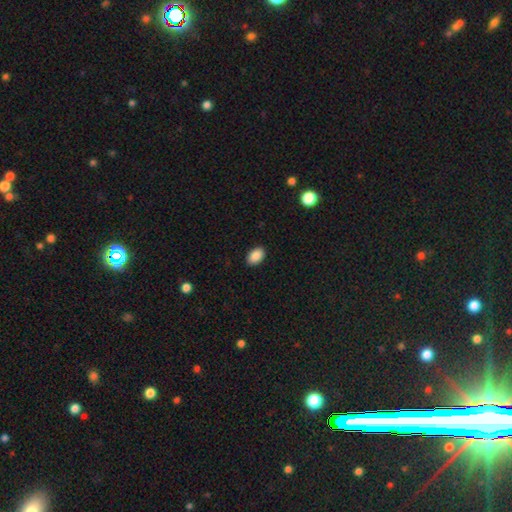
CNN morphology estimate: The model was most divided on "how rounded": in between: 89%, round: 10%, cigar-shaped: 1%. More confident: merging — none (89%); smooth or featured — smooth (89%).